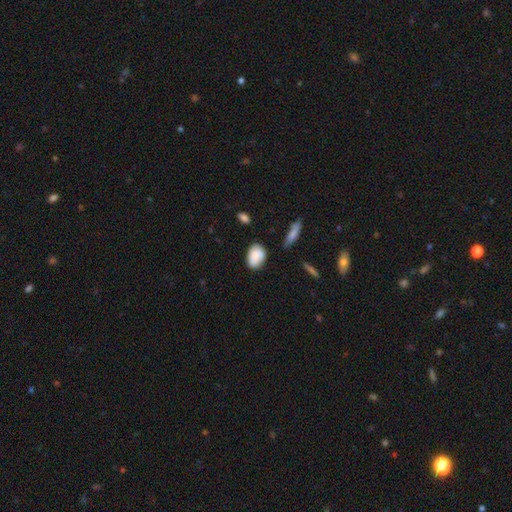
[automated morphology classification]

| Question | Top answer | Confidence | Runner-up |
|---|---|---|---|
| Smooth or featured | smooth | 84% | featured or disk (8%) |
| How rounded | in between | 83% | round (16%) |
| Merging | none | 68% | minor disturbance (23%) |